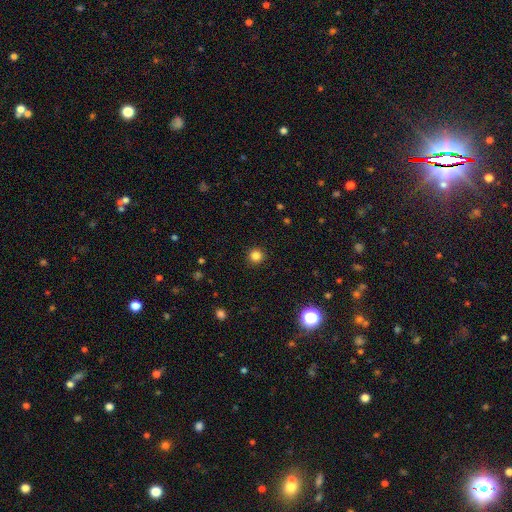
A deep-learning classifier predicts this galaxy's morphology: A smooth galaxy with no disk features (84%) that is round (94%). Merging: none (92%).